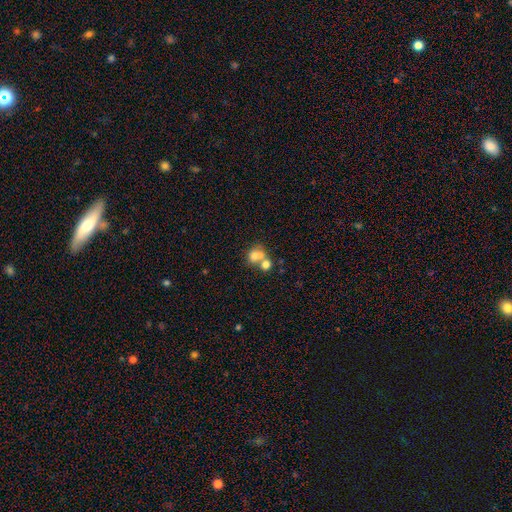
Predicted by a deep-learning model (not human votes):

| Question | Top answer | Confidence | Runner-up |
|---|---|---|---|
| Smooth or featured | smooth | 70% | featured or disk (18%) |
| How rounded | round | 51% | in between (48%) |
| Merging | merger | 60% | none (26%) |